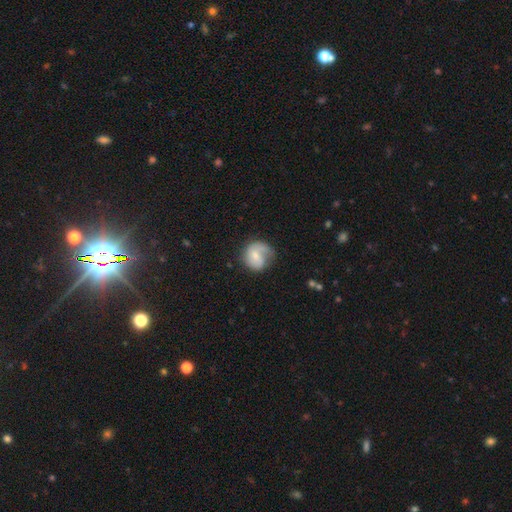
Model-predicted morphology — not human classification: A featured or disk galaxy (48%). Merging: none (52%).